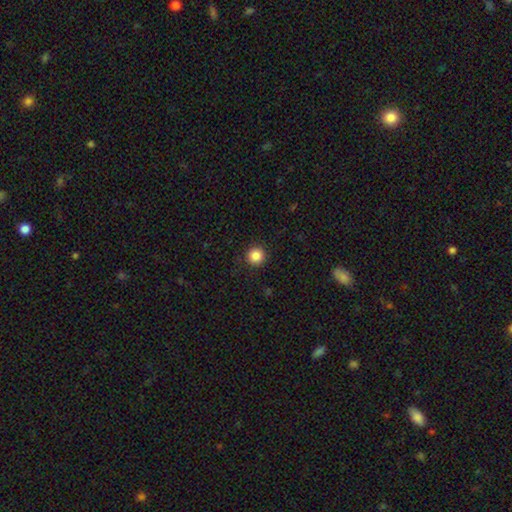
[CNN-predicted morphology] Q: Smooth or featured?
A: smooth (86%); runner-up: star or artifact (11%)
Q: How rounded?
A: round (95%); runner-up: in between (4%)
Q: Merging?
A: none (91%); runner-up: minor disturbance (6%)